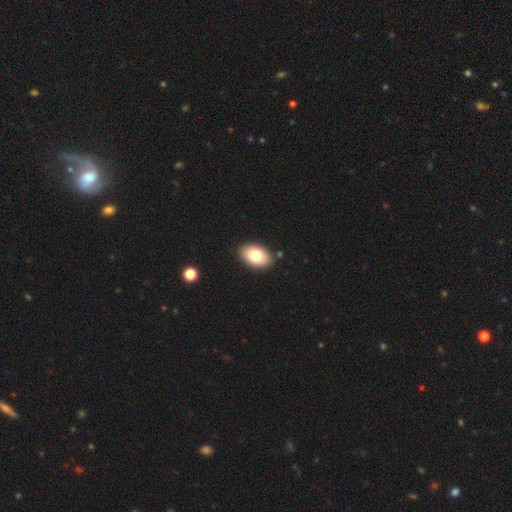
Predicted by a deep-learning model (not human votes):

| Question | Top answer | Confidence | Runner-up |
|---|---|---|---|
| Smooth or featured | smooth | 79% | featured or disk (14%) |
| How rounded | in between | 91% | round (7%) |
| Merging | none | 88% | minor disturbance (8%) |